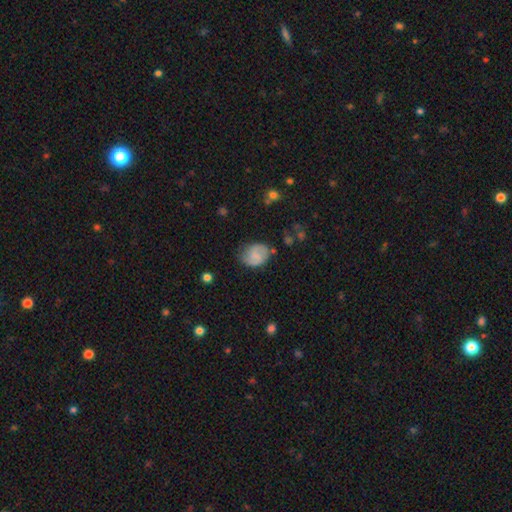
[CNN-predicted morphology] The model was most divided on "how rounded": in between: 50%, round: 49%, cigar-shaped: 1%. More confident: merging — none (69%); smooth or featured — smooth (58%).